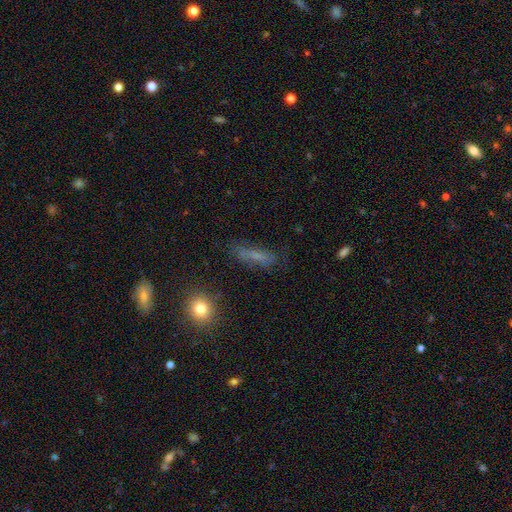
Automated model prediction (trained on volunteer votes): Smooth or featured?
  - smooth: 53% *
  - featured or disk: 30%
  - star or artifact: 17%
How rounded?
  - cigar-shaped: 65% *
  - in between: 31%
  - round: 4%
Merging?
  - none: 68% *
  - minor disturbance: 20%
  - major disturbance: 9%
  - merger: 3%